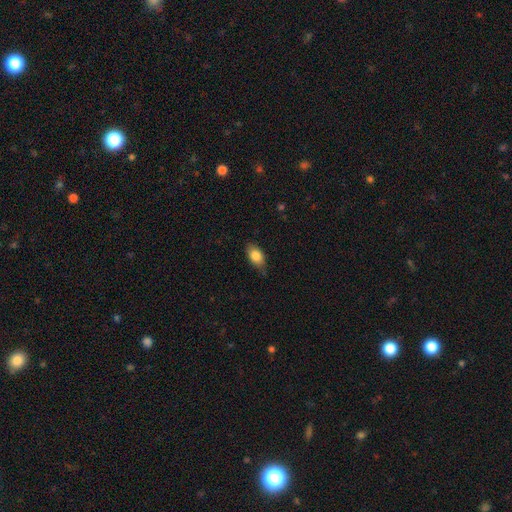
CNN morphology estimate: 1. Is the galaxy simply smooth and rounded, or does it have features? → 82% smooth, 10% featured or disk, 7% star or artifact.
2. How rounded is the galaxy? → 87% in between, 9% round, 4% cigar-shaped.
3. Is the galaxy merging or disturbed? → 72% none, 23% minor disturbance, 4% major disturbance, 1% merger.